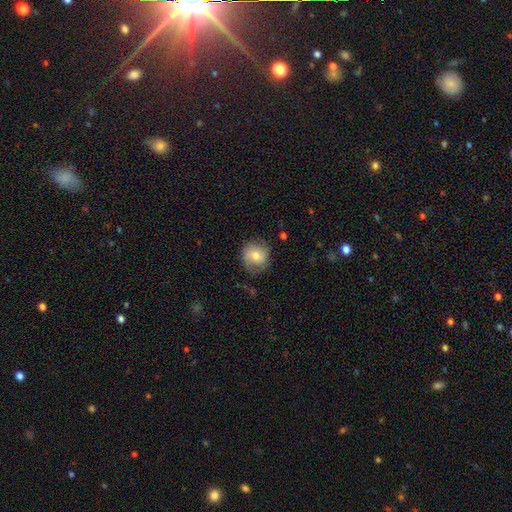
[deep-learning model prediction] Smooth or featured? smooth (57%)
How rounded? round (82%)
Merging? none (66%)